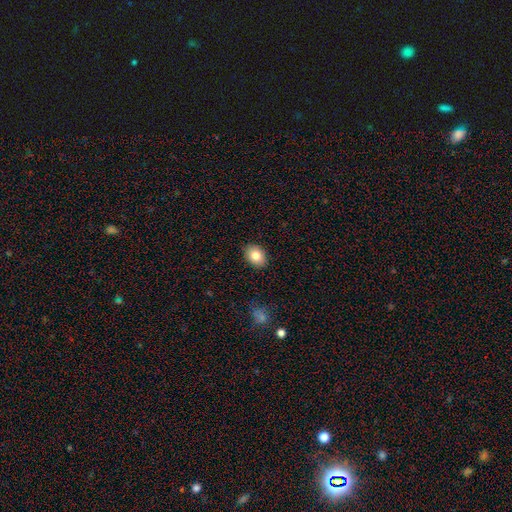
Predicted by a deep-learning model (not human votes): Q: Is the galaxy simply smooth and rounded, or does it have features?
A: smooth — 82%.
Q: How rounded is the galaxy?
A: in between — 70%.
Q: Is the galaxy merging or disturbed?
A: none — 88%.